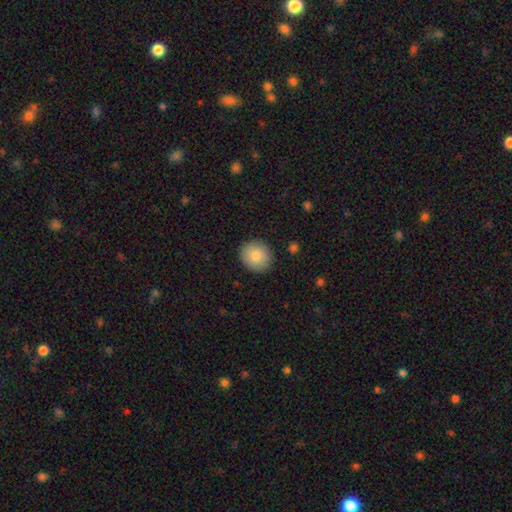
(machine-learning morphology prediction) A smooth galaxy with no disk features (84%) that is round (86%). Merging: none (90%).